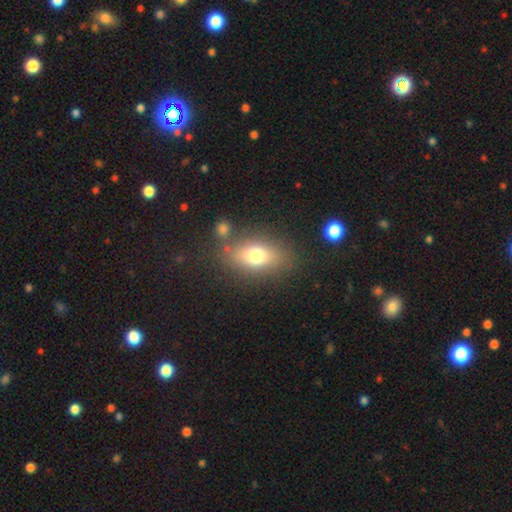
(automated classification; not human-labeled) Q: Smooth or featured?
A: smooth (72%); runner-up: featured or disk (16%)
Q: How rounded?
A: in between (78%); runner-up: round (17%)
Q: Merging?
A: none (74%); runner-up: minor disturbance (13%)